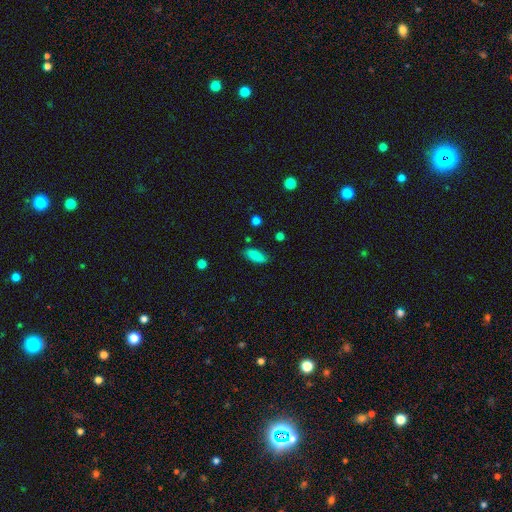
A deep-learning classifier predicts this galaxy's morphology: Q: Smooth or featured?
A: smooth (86%); runner-up: star or artifact (8%)
Q: How rounded?
A: in between (74%); runner-up: cigar-shaped (23%)
Q: Merging?
A: none (83%); runner-up: minor disturbance (13%)